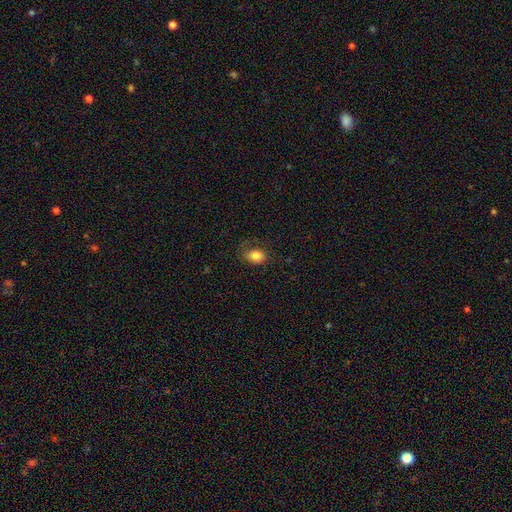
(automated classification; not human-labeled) Morphology: type=smooth (83%); roundness=in between (74%); merging=none (67%).